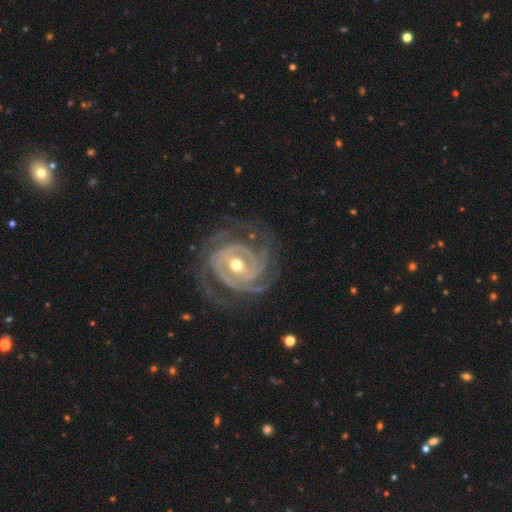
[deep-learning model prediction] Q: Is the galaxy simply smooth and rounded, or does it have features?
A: featured or disk — 90%.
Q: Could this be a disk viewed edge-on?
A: no — 97%.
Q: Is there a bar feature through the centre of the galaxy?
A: weak — 39%.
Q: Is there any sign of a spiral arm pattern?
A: yes — 97%.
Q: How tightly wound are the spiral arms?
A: tight — 74%.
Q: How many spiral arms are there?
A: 2 — 38%.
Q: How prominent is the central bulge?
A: moderate — 55%.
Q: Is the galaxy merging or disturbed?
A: none — 77%.